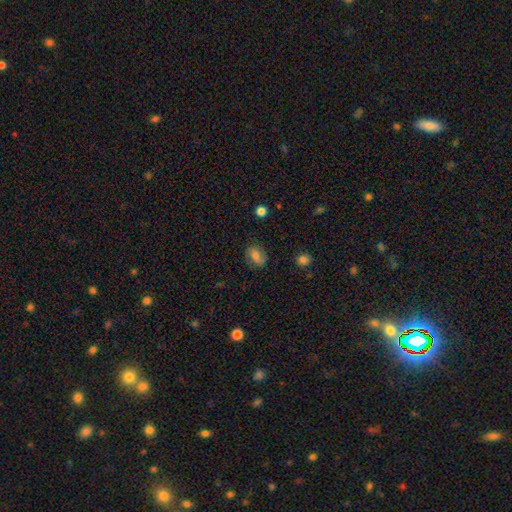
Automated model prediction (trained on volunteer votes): A smooth galaxy with no disk features (64%) that is in between round and cigar-shaped (66%). Merging: none (76%).